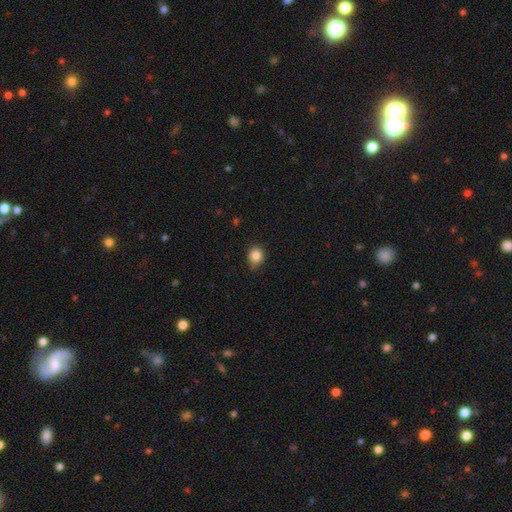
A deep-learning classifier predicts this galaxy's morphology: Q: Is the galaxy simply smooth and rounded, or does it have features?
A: smooth — 85%.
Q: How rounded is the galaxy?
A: round — 67%.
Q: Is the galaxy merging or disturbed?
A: none — 71%.